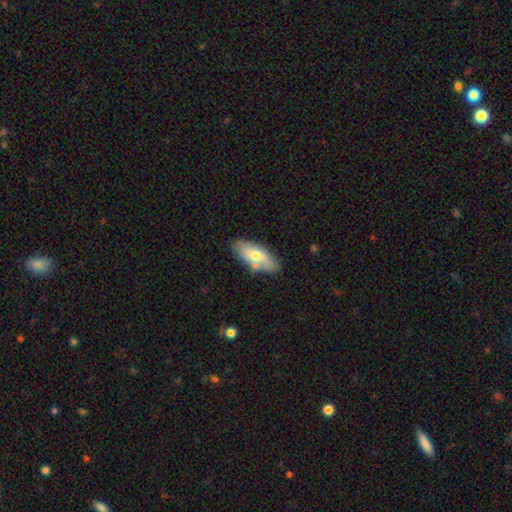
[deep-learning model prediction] This is likely a smooth galaxy (63%). How rounded: clearly in between (82%). Merging: likely none (76%).